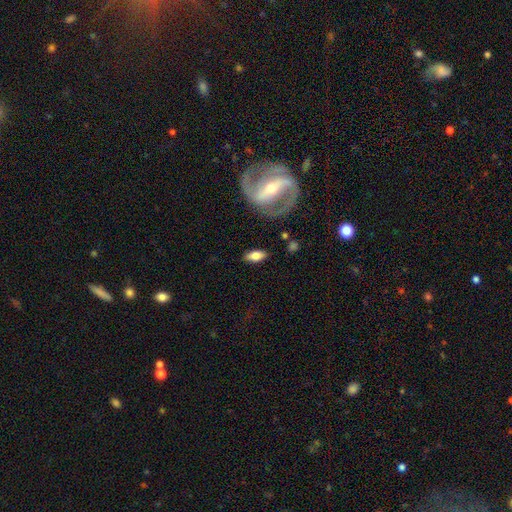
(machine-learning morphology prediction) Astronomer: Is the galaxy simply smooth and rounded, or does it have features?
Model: smooth — 69%.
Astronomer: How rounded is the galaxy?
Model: in between — 87%.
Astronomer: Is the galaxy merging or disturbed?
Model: none — 83%.